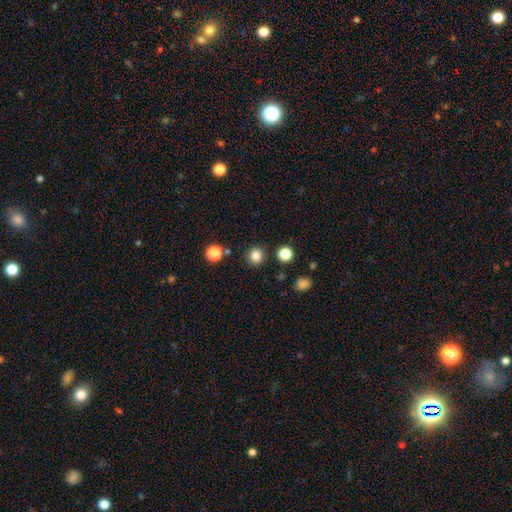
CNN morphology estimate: A smooth galaxy with no disk features (83%) that is round (92%).

Vote fractions:
- Smooth or featured? smooth: 83% / star or artifact: 13% / featured or disk: 4%
- How rounded? round: 92% / in between: 7% / cigar-shaped: 1%
- Merging? none: 89% / minor disturbance: 6% / merger: 3% / major disturbance: 2%